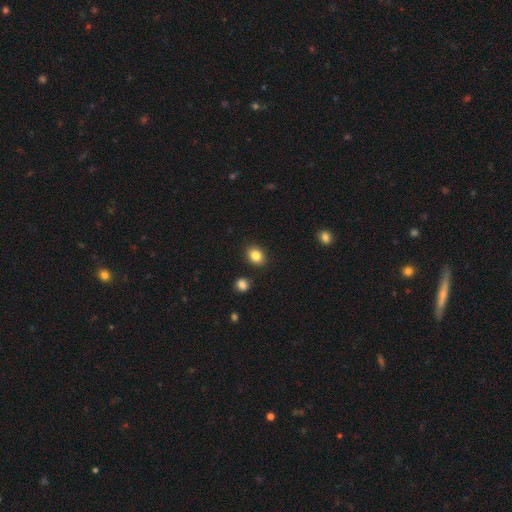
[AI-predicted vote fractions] smooth 85%, star or artifact 9%, featured or disk 5%. Down the decision tree: how rounded — in between (51%); merging — none (87%).